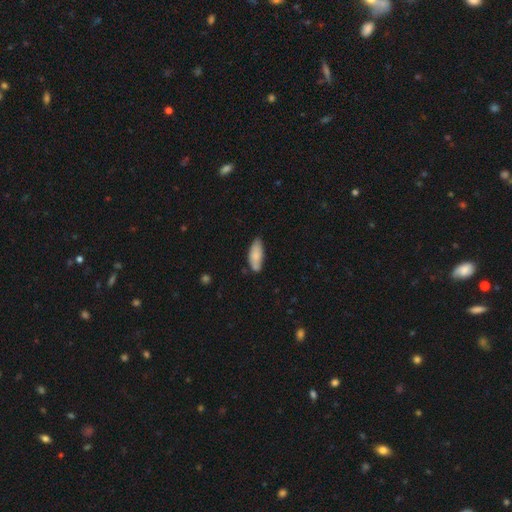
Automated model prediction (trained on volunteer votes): smooth_or_featured: smooth (p=0.81) [alt: featured or disk p=0.13]
how_rounded: in between (p=0.75) [alt: cigar-shaped p=0.23]
merging: none (p=0.66) [alt: minor disturbance p=0.26]